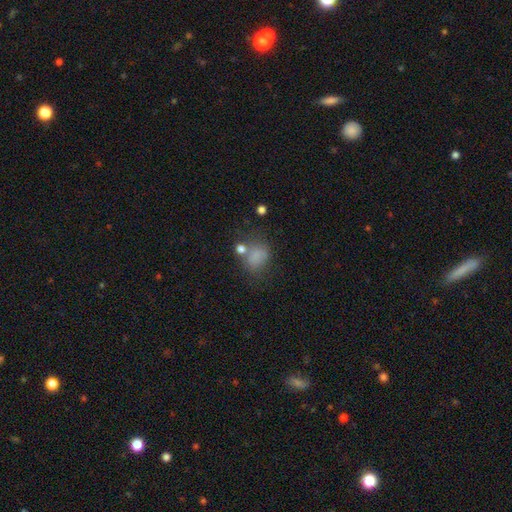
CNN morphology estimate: Smooth or featured? smooth (74%)
How rounded? in between (50%)
Merging? none (49%)